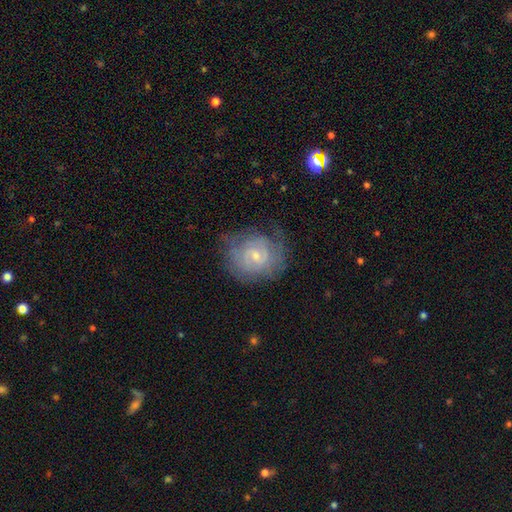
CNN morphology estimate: This is likely a featured or disk galaxy (65%). It is clearly not viewed edge-on (97%). Bar: possibly no (54%). Spiral arm pattern: clearly yes (80%). Spiral arm count: possibly can't tell (49%). Spiral winding: likely tight (62%). Central bulge: likely small (70%). Merging: likely none (64%).